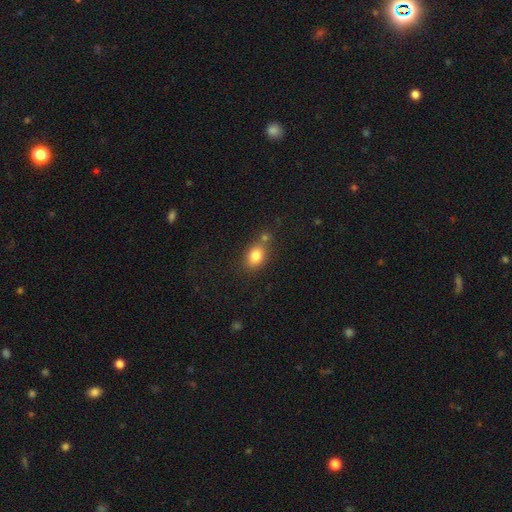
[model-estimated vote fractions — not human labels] Smooth or featured? Predicted: smooth (p=0.82). How rounded? Predicted: in between (p=0.72). Merging? Predicted: none (p=0.64).